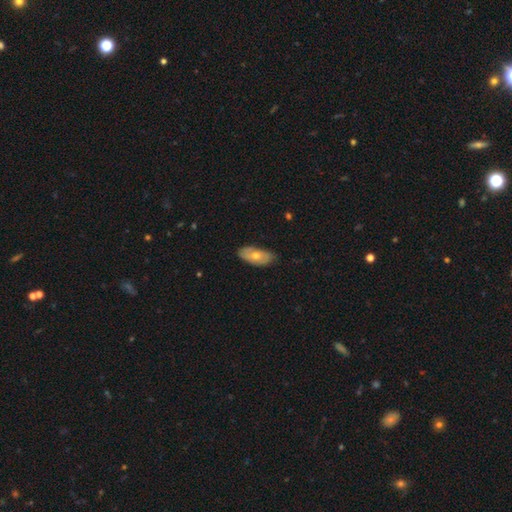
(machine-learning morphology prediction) Overall: smooth (60%; featured or disk 34%). How rounded: in between (90%). Merging: none (77%).